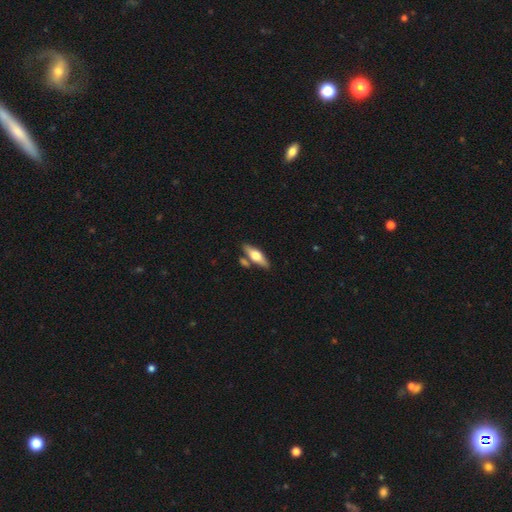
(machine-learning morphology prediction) This is possibly a smooth galaxy (48%). Merging: likely none (74%).